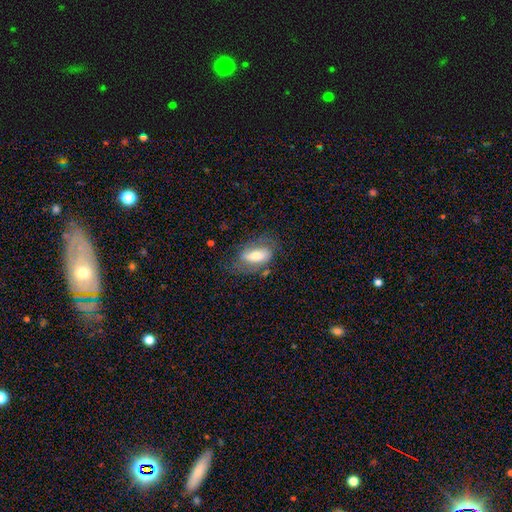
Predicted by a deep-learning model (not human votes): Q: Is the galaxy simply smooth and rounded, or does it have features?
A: smooth — 48%.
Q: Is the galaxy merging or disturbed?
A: none — 60%.